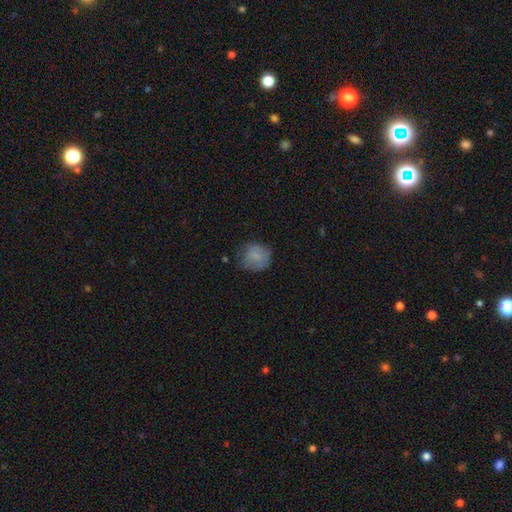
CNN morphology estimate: A smooth galaxy with no disk features (76%) that is round (82%). Merging: none (60%).